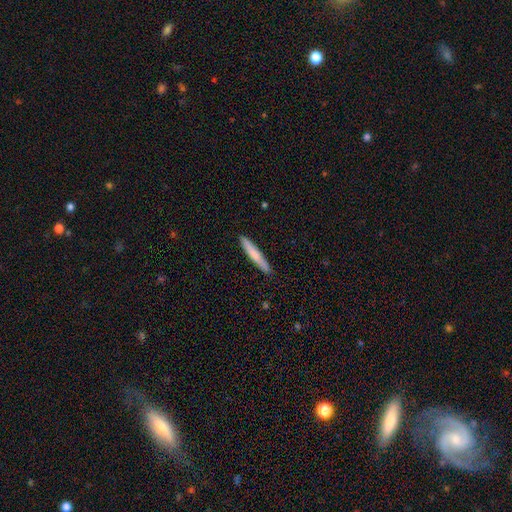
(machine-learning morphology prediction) A smooth galaxy with no disk features (69%) that is cigar-shaped (94%). Merging: none (90%).